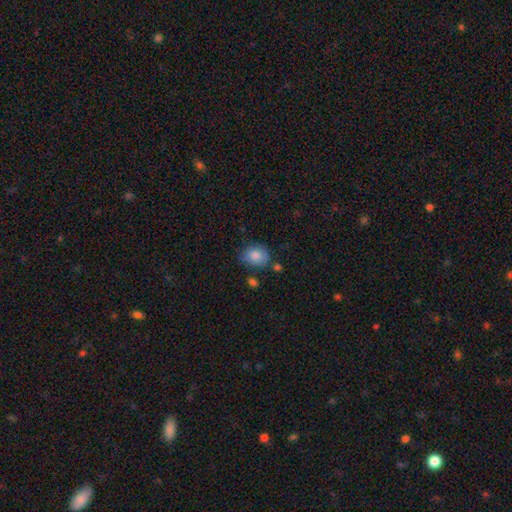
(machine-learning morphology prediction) The model was most divided on "how rounded": round: 55%, in between: 44%, cigar-shaped: 1%. More confident: smooth or featured — smooth (84%); merging — none (64%).